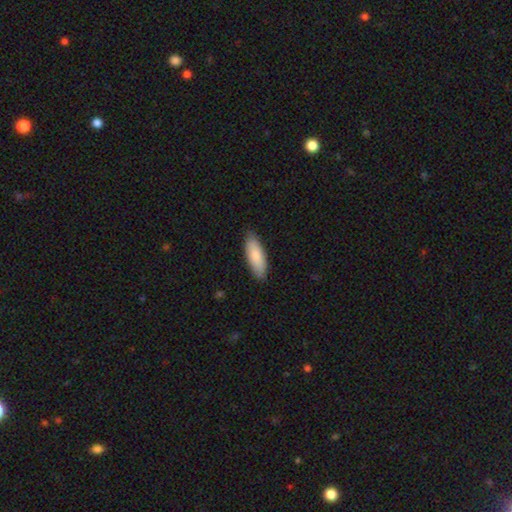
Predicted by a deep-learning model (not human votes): Smooth or featured? Predicted: smooth (p=0.83). How rounded? Predicted: in between (p=0.69). Merging? Predicted: none (p=0.86).